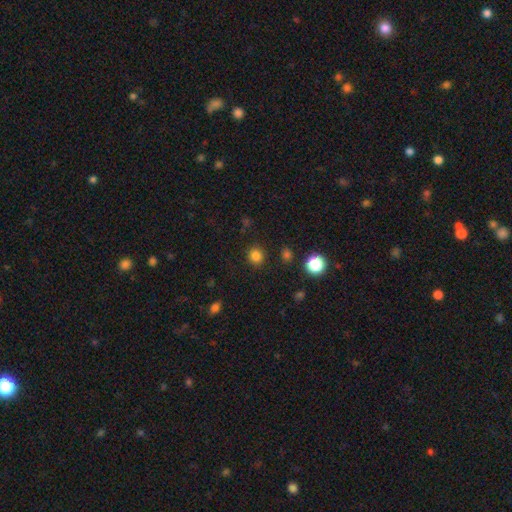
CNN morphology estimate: Smooth or featured? smooth (82%)
How rounded? round (90%)
Merging? none (89%)